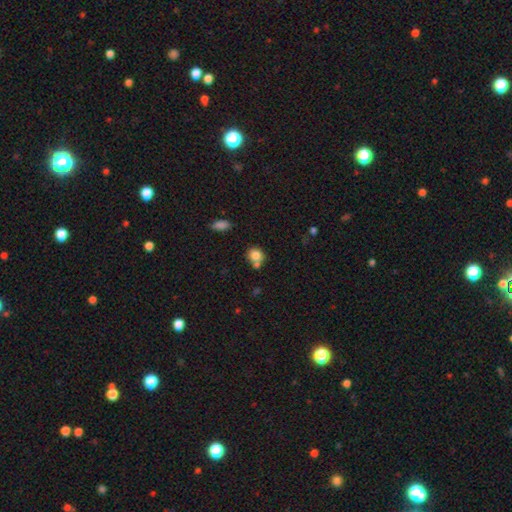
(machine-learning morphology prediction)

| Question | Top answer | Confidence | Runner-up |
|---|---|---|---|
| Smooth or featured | smooth | 80% | star or artifact (10%) |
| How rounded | round | 73% | in between (26%) |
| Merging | none | 50% | merger (32%) |